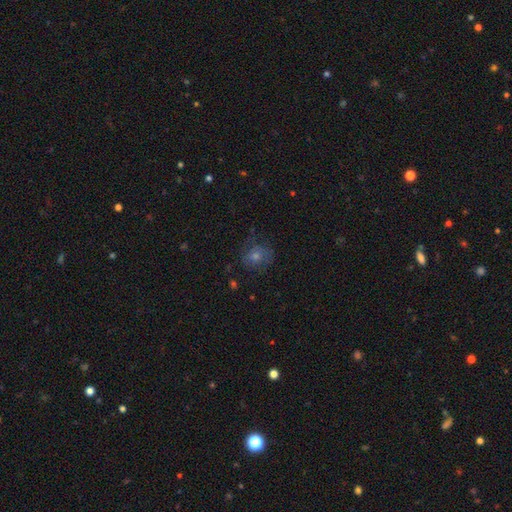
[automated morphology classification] Smooth or featured? smooth (45%)
Merging? none (71%)